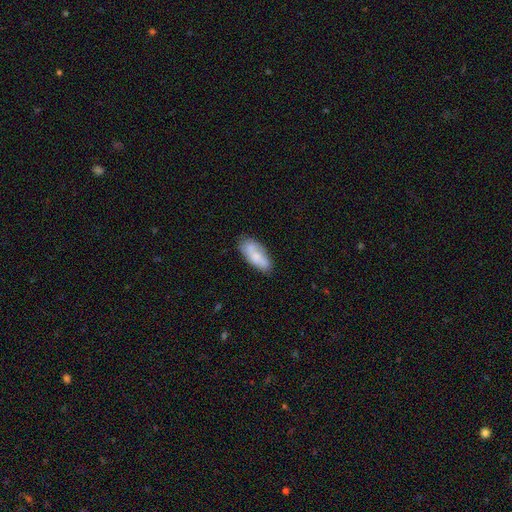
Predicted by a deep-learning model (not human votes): smooth-or-featured: smooth: 67% | featured or disk: 26% | star or artifact: 7%
  how-rounded: in between: 81% | cigar-shaped: 17% | round: 2%
  merging: none: 64% | minor disturbance: 23% | merger: 7% | major disturbance: 6%